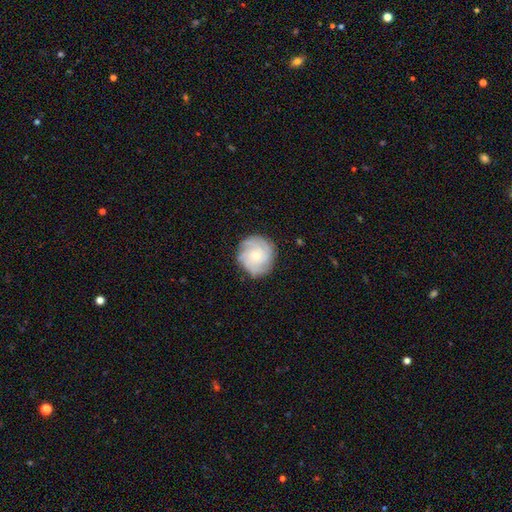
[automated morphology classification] The model was most divided on "spiral arm count": can't tell: 31%, 4: 24%, 3: 21%, 2: 10%, more than 4: 8%, 1: 6%. More confident: edge-on disk — no (98%); spiral arms — yes (93%); merging — none (82%); bar — no (80%); smooth or featured — featured or disk (69%); spiral winding — tight (65%); bulge size — small (63%).